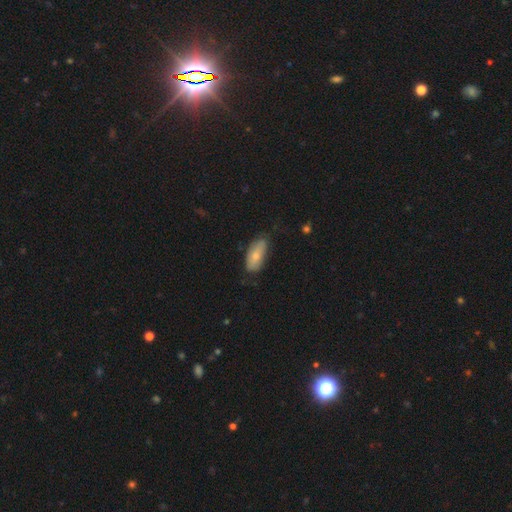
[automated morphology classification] This is likely a smooth galaxy (68%). How rounded: clearly in between (87%). Merging: likely none (67%).